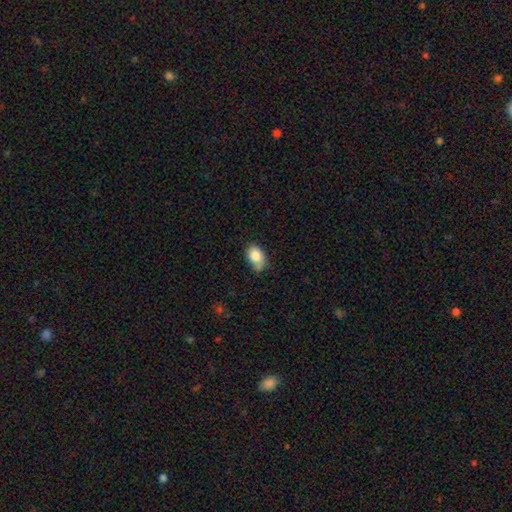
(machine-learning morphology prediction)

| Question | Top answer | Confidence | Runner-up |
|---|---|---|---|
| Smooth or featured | smooth | 84% | featured or disk (9%) |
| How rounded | in between | 86% | round (12%) |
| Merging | none | 56% | minor disturbance (34%) |